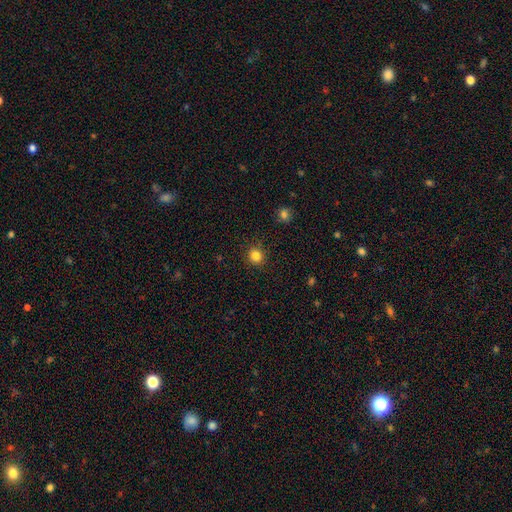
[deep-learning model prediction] Morphology: type=smooth (84%); roundness=round (85%); merging=none (88%).